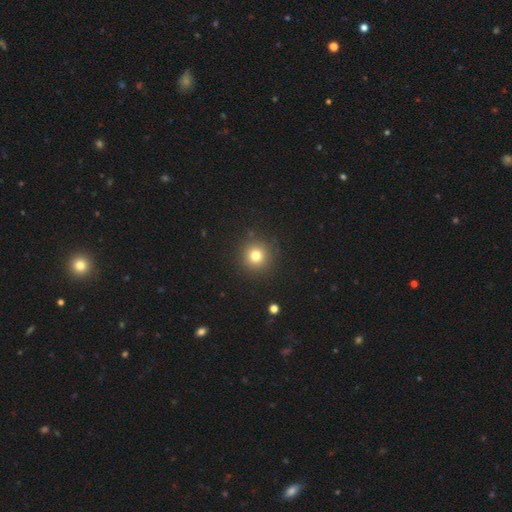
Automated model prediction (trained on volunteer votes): Morphology: type=smooth (78%); roundness=round (95%); merging=none (90%).